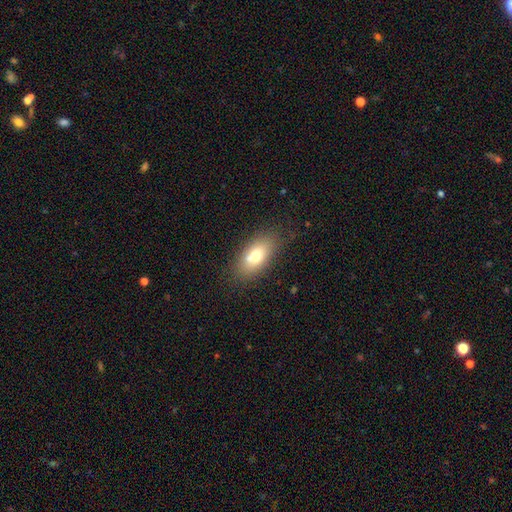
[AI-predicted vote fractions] Smooth or featured: smooth — 70% (featured or disk — 20%)
How rounded: in between — 86% (round — 7%)
Merging: none — 73% (minor disturbance — 14%)